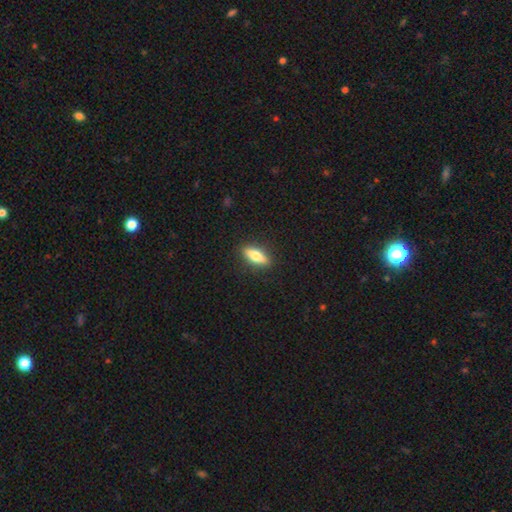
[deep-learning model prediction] Smooth or featured?
  - smooth: 64% *
  - featured or disk: 29%
  - star or artifact: 6%
How rounded?
  - in between: 56% *
  - cigar-shaped: 40%
  - round: 3%
Merging?
  - none: 89% *
  - minor disturbance: 8%
  - major disturbance: 2%
  - merger: 1%